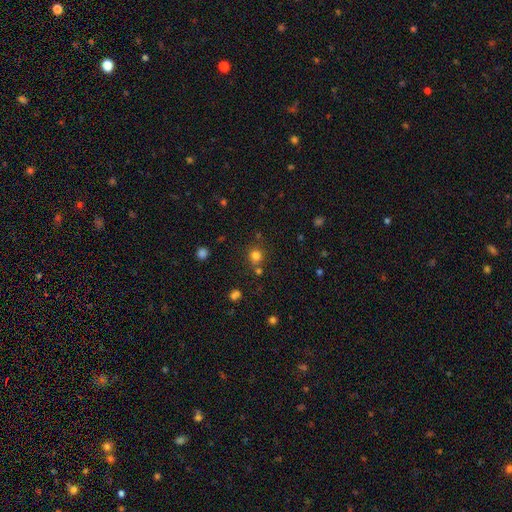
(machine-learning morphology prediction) smooth_or_featured: smooth (p=0.77) [alt: star or artifact p=0.16]
how_rounded: round (p=0.87) [alt: in between p=0.12]
merging: none (p=0.70) [alt: merger p=0.16]